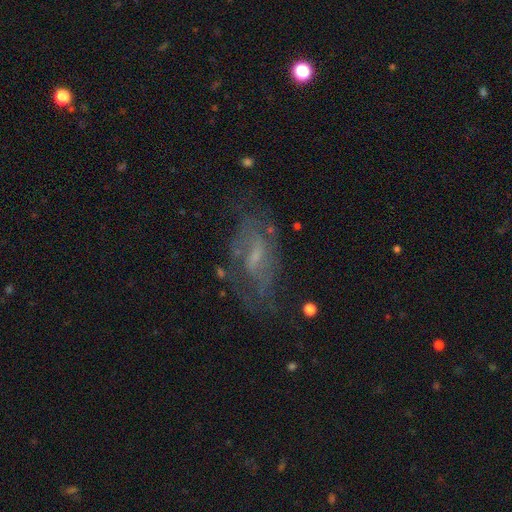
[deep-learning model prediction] This appears to be a featured or disk galaxy (60%) with a weak bar (44%), spiral arms (63%) and a small central bulge (51%). Merging: none (63%).